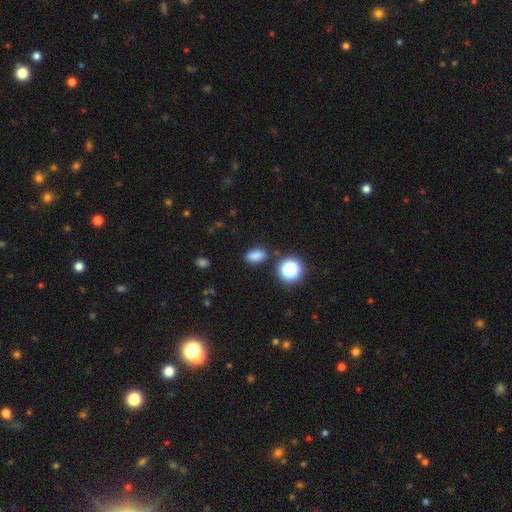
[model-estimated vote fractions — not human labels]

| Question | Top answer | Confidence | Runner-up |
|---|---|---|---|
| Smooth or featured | smooth | 80% | star or artifact (15%) |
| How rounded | in between | 81% | round (14%) |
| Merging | none | 82% | minor disturbance (11%) |